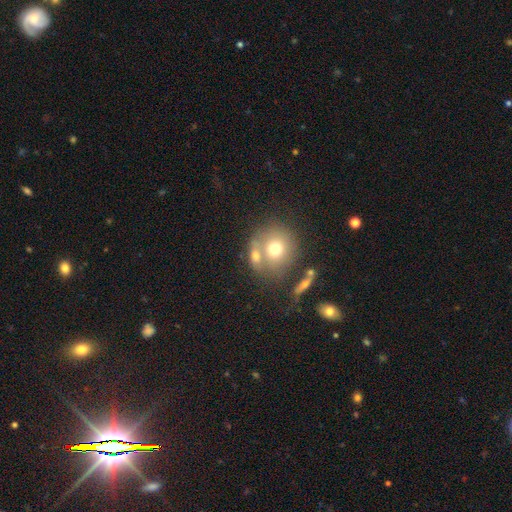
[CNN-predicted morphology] Smooth or featured?
  - smooth: 68% *
  - featured or disk: 22%
  - star or artifact: 10%
How rounded?
  - round: 69% *
  - in between: 28%
  - cigar-shaped: 3%
Merging?
  - merger: 44% *
  - none: 40%
  - minor disturbance: 11%
  - major disturbance: 5%